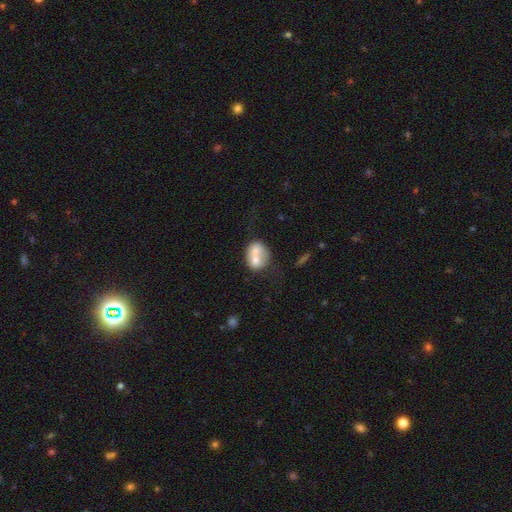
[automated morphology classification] The model was most divided on "how rounded": round: 53%, in between: 46%, cigar-shaped: 1%. More confident: merging — merger (66%); smooth or featured — smooth (62%).